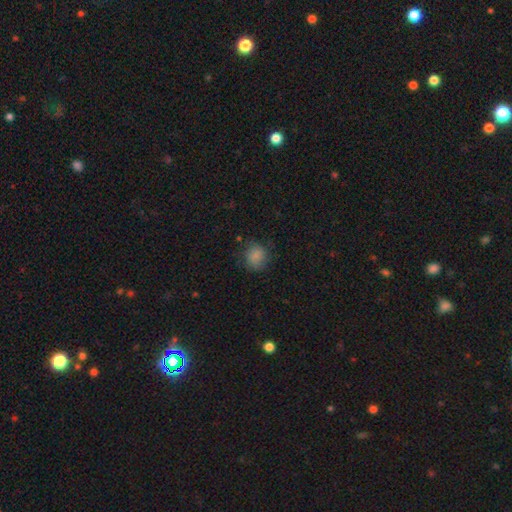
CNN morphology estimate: This is clearly a smooth galaxy (81%). How rounded: clearly round (82%). Merging: likely none (73%).